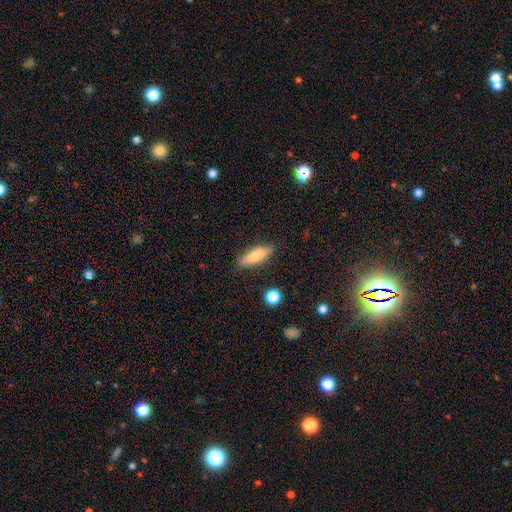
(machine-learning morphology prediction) The model was most divided on "how rounded": cigar-shaped: 50%, in between: 47%, round: 2%. More confident: merging — none (85%); smooth or featured — smooth (75%).